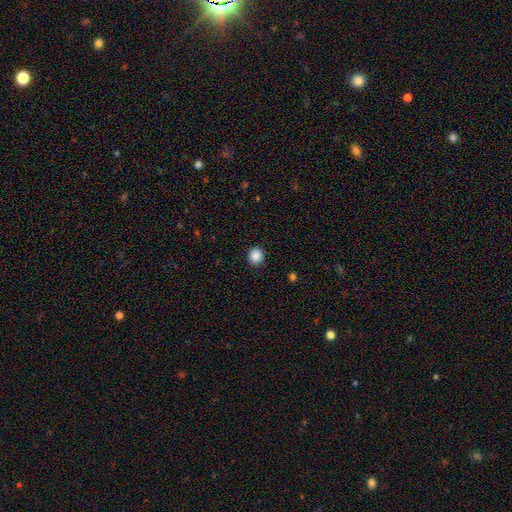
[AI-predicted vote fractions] Smooth or featured: smooth — 88% (star or artifact — 9%)
How rounded: round — 82% (in between — 17%)
Merging: none — 91% (minor disturbance — 6%)